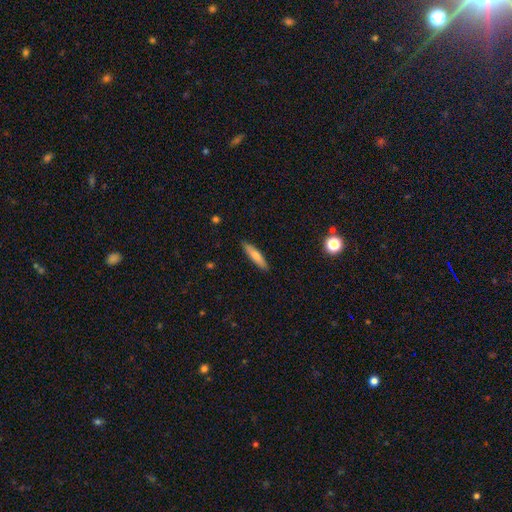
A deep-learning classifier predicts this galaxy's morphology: Q: Smooth or featured?
A: smooth (72%); runner-up: featured or disk (22%)
Q: How rounded?
A: cigar-shaped (80%); runner-up: in between (19%)
Q: Merging?
A: none (90%); runner-up: minor disturbance (8%)